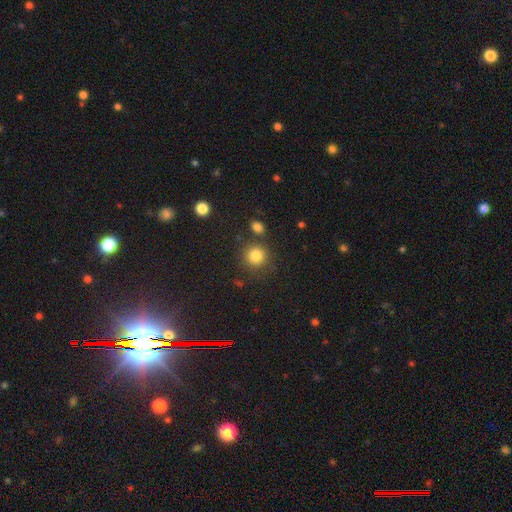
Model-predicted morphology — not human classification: smooth_or_featured: smooth (p=0.83) [alt: star or artifact p=0.11]
how_rounded: round (p=0.90) [alt: in between p=0.09]
merging: none (p=0.79) [alt: minor disturbance p=0.10]